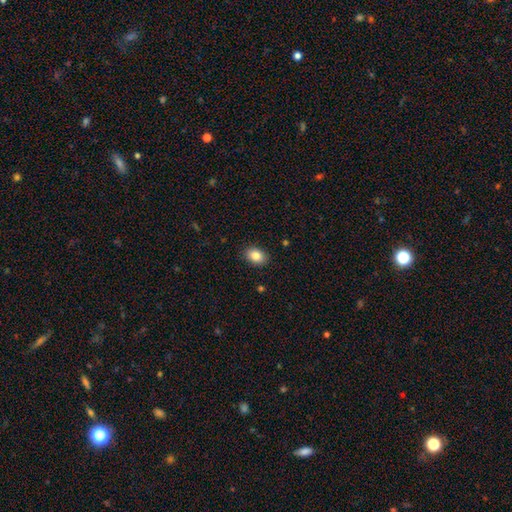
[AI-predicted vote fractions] Smooth or featured? Predicted: smooth (p=0.84). How rounded? Predicted: in between (p=0.78). Merging? Predicted: none (p=0.89).